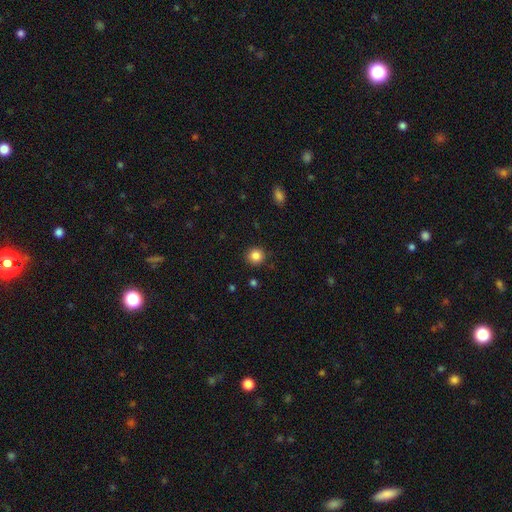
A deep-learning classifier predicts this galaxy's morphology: A smooth galaxy with no disk features (85%) that is round (92%). Merging: none (90%).